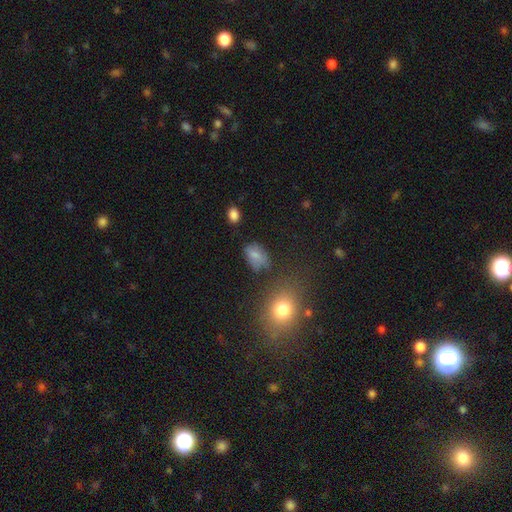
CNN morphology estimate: This is likely a smooth galaxy (71%). How rounded: clearly in between (84%). Merging: possibly none (52%).